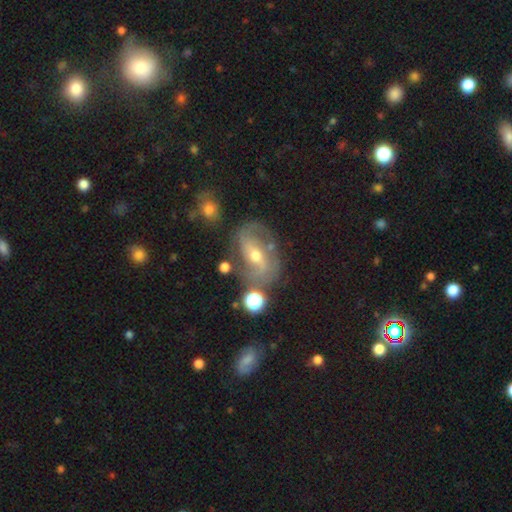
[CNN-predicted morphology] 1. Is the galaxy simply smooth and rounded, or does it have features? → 79% featured or disk, 12% smooth, 9% star or artifact.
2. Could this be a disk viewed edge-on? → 96% no, 4% yes.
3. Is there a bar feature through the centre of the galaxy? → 40% weak, 32% strong, 28% no.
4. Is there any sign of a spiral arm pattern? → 89% yes, 11% no.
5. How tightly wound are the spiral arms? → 47% medium, 27% loose, 26% tight.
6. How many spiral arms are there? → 80% 2, 10% can't tell, 4% 3, 3% 1, 1% 4, 1% more than 4.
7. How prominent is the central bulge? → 59% moderate, 36% small, 3% large, 1% none, 1% dominant.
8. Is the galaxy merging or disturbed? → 63% none, 19% minor disturbance, 11% major disturbance, 7% merger.